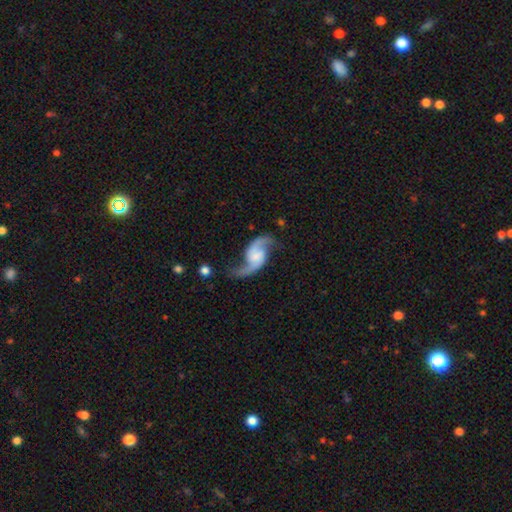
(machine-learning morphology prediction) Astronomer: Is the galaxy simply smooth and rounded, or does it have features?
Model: featured or disk — 90%.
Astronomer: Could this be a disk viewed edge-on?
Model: no — 98%.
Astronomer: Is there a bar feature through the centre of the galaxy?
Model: no — 48% (runner-up: weak, 40%).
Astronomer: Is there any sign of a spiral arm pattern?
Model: yes — 97%.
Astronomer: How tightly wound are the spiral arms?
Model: loose — 74%.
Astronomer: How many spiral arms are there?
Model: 2 — 94%.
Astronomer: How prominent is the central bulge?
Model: small — 33% (runner-up: none, 30%).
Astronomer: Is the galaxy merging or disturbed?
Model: none — 70%.